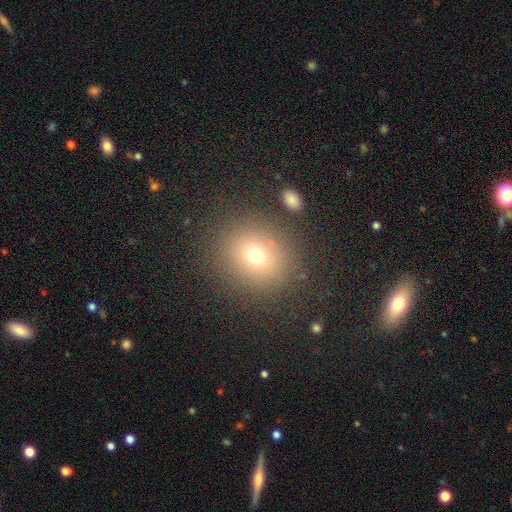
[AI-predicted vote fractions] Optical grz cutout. It shows a smooth galaxy with no disk features (71%) that is round (81%). Merging: none (83%).